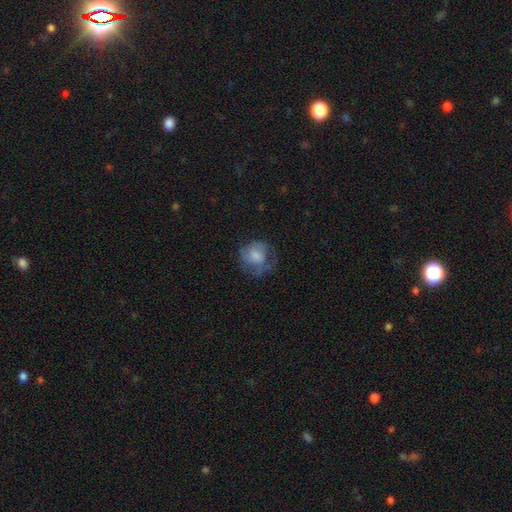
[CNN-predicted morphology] Smooth or featured?
  - smooth: 54% *
  - featured or disk: 38%
  - star or artifact: 8%
How rounded?
  - round: 77% *
  - in between: 22%
  - cigar-shaped: 1%
Merging?
  - none: 46% *
  - major disturbance: 27%
  - minor disturbance: 25%
  - merger: 2%